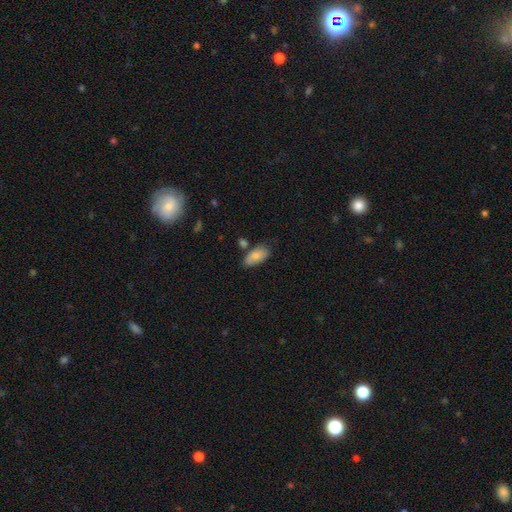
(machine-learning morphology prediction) smooth_or_featured: smooth (p=0.84) [alt: featured or disk p=0.10]
how_rounded: in between (p=0.93) [alt: cigar-shaped p=0.04]
merging: none (p=0.68) [alt: minor disturbance p=0.20]